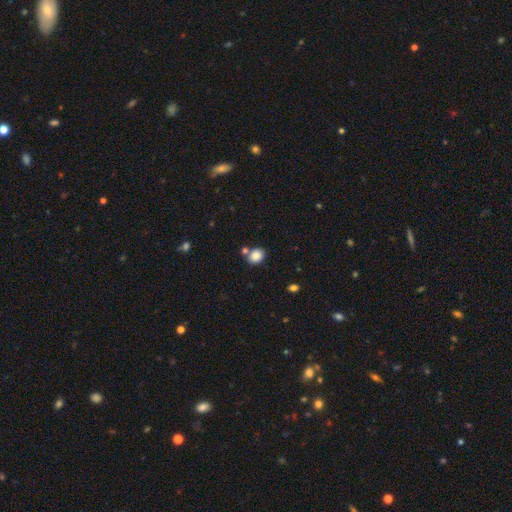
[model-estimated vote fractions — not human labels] Q: Smooth or featured?
A: smooth (84%); runner-up: star or artifact (10%)
Q: How rounded?
A: round (54%); runner-up: in between (45%)
Q: Merging?
A: none (68%); runner-up: merger (18%)